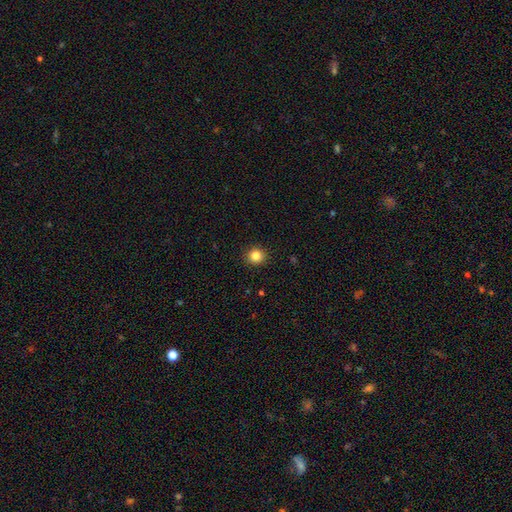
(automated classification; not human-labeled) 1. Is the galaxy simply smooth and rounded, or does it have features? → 84% smooth, 12% star or artifact, 5% featured or disk.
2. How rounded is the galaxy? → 90% round, 9% in between, 1% cigar-shaped.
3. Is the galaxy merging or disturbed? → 92% none, 5% minor disturbance, 2% major disturbance, 1% merger.